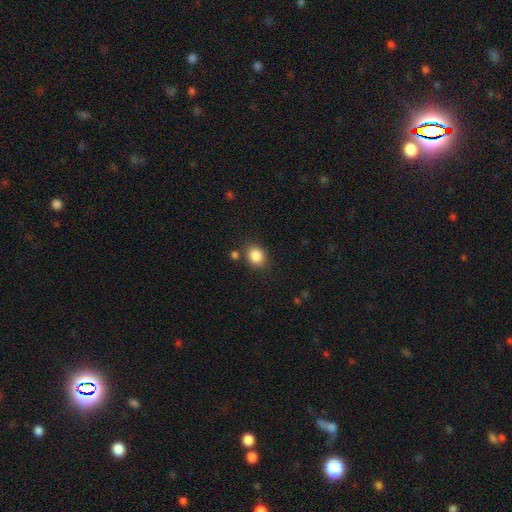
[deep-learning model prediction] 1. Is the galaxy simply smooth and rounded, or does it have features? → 86% smooth, 9% star or artifact, 5% featured or disk.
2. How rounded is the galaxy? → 52% round, 47% in between, 1% cigar-shaped.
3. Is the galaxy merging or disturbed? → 80% none, 11% minor disturbance, 6% merger, 3% major disturbance.